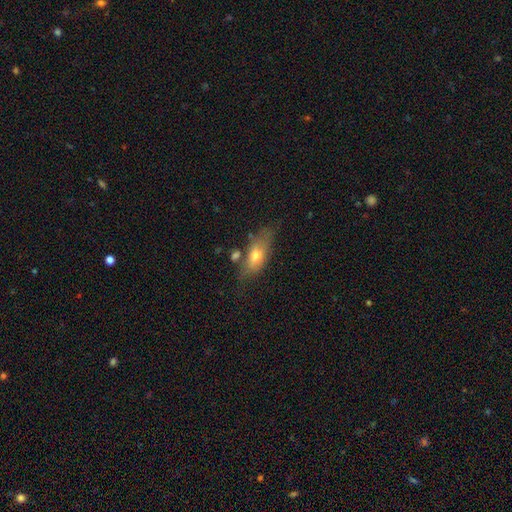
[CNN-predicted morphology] Smooth or featured: smooth — 62% (featured or disk — 30%)
How rounded: in between — 71% (cigar-shaped — 24%)
Merging: none — 60% (minor disturbance — 23%)